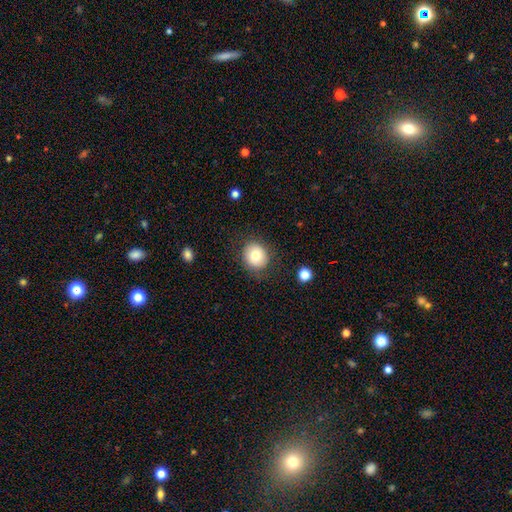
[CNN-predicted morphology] smooth 78%, featured or disk 13%, star or artifact 9%. Down the decision tree: how rounded — round (78%); merging — none (82%).